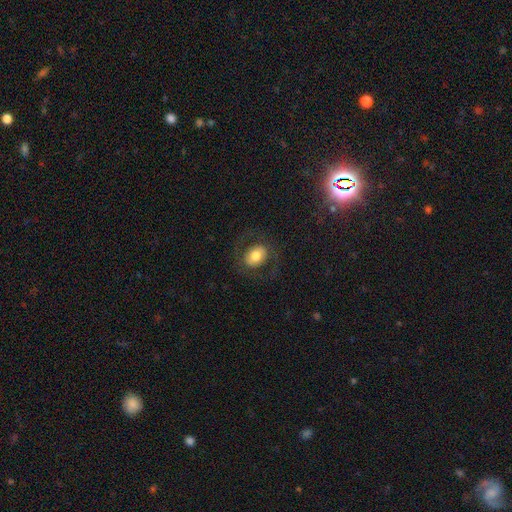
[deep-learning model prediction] smooth-or-featured: smooth: 65% | featured or disk: 27% | star or artifact: 8%
  how-rounded: in between: 56% | round: 43% | cigar-shaped: 1%
  merging: none: 77% | minor disturbance: 11% | major disturbance: 11% | merger: 1%